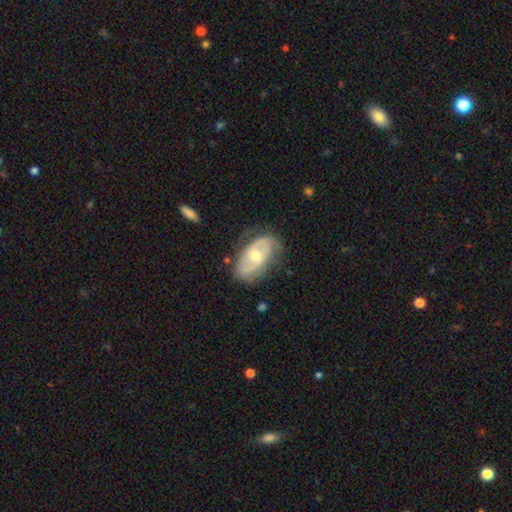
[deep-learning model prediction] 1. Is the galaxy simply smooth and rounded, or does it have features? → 63% featured or disk, 31% smooth, 6% star or artifact.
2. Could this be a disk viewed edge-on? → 92% no, 8% yes.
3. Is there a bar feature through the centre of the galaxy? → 65% no, 27% weak, 8% strong.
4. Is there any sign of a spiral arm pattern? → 65% yes, 35% no.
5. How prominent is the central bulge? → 63% moderate, 30% small, 4% large, 1% none, 1% dominant.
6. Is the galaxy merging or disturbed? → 67% none, 23% minor disturbance, 8% major disturbance, 2% merger.